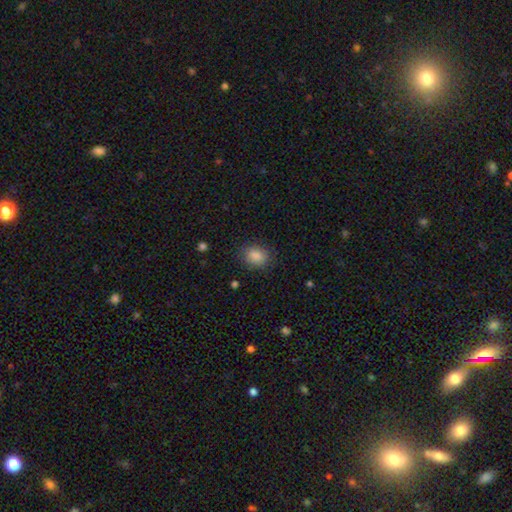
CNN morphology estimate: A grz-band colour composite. It shows a smooth galaxy with no disk features (86%) that is in between round and cigar-shaped (52%). Merging: none (86%).